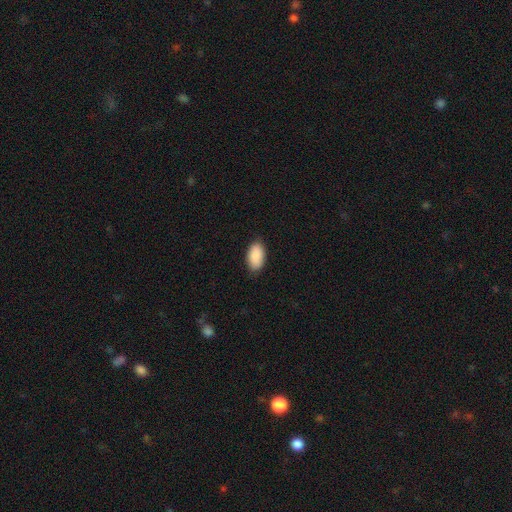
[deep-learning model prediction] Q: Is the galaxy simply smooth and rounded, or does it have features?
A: smooth — 90%.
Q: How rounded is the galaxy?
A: in between — 95%.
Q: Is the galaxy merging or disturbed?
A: none — 85%.